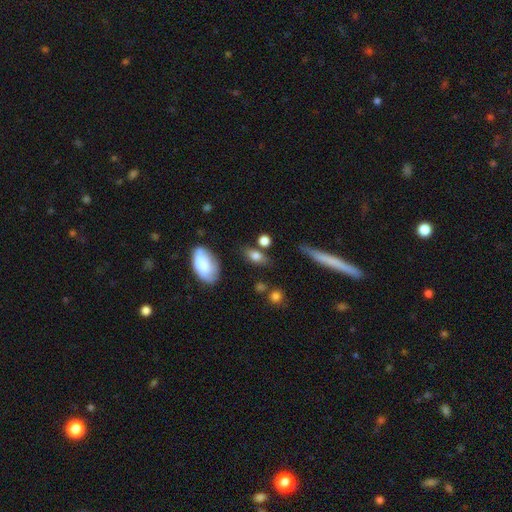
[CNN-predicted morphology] smooth_or_featured: smooth (p=0.75) [alt: featured or disk p=0.16]
how_rounded: in between (p=0.75) [alt: round p=0.13]
merging: none (p=0.70) [alt: minor disturbance p=0.16]